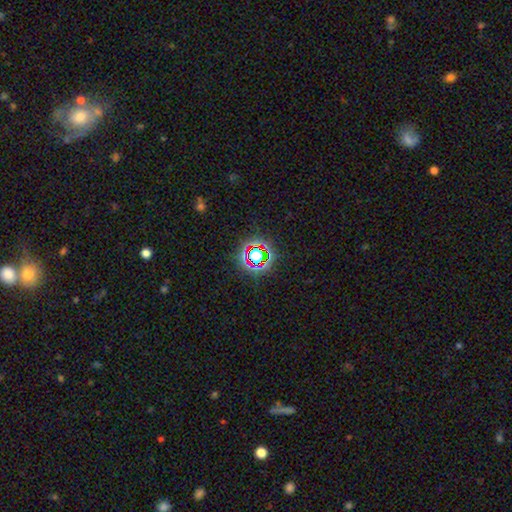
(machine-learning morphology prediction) star or artifact 71%, smooth 19%, featured or disk 11%.